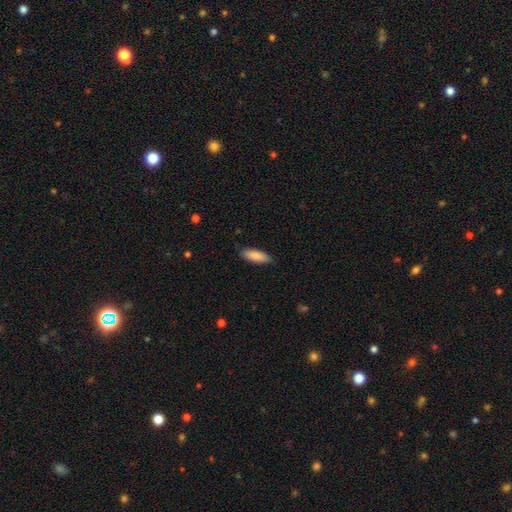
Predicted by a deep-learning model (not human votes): Overall: smooth (88%). How rounded: in between (57%; cigar-shaped 42%). Merging: none (86%).